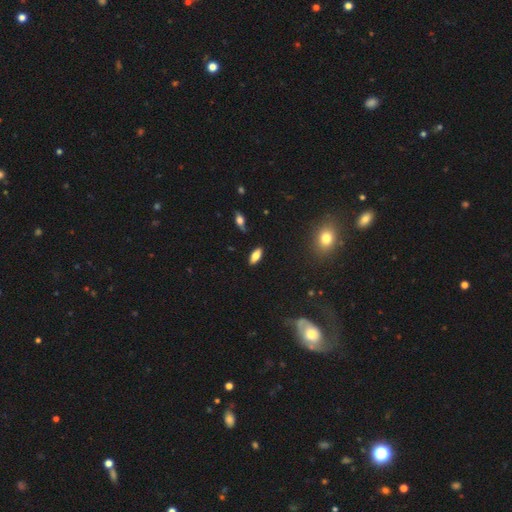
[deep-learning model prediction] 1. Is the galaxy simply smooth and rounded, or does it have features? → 71% smooth, 20% featured or disk, 9% star or artifact.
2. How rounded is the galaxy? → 79% in between, 18% cigar-shaped, 3% round.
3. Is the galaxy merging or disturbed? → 86% none, 10% minor disturbance, 2% major disturbance, 2% merger.